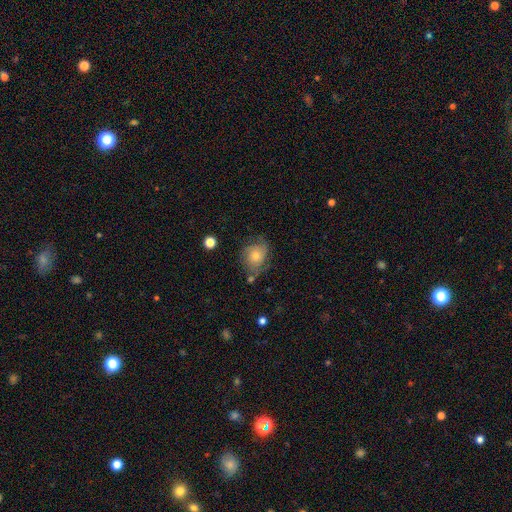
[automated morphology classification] smooth-or-featured: featured or disk: 52% | smooth: 38% | star or artifact: 10%
  disk-edge-on: no: 96% | yes: 4%
    bar: no: 83% | weak: 15% | strong: 2%
    has-spiral-arms: yes: 83% | no: 17%
    bulge-size: moderate: 55% | small: 36% | large: 5% | none: 2% | dominant: 1%
  merging: none: 65% | minor disturbance: 23% | major disturbance: 9% | merger: 3%